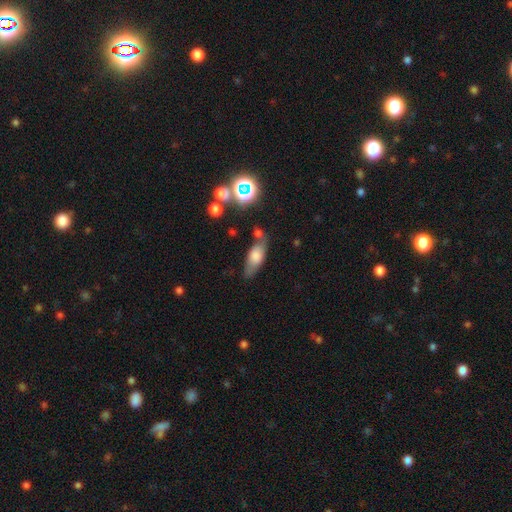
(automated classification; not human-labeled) smooth-or-featured: smooth: 61% | featured or disk: 29% | star or artifact: 10%
  how-rounded: in between: 70% | cigar-shaped: 25% | round: 5%
  merging: none: 64% | minor disturbance: 21% | merger: 9% | major disturbance: 7%